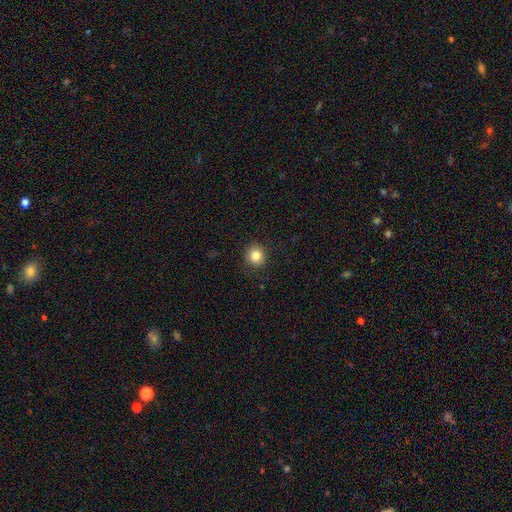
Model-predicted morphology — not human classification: Smooth or featured: smooth — 83% (star or artifact — 10%)
How rounded: round — 87% (in between — 12%)
Merging: none — 90% (minor disturbance — 7%)